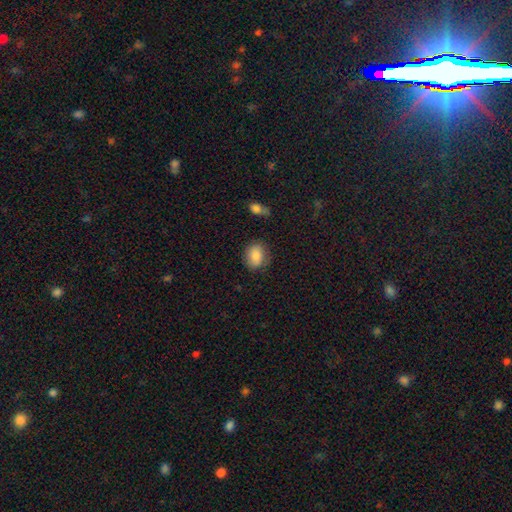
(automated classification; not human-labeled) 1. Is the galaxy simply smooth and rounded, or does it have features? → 85% smooth, 8% star or artifact, 7% featured or disk.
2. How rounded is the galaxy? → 53% in between, 46% round, 1% cigar-shaped.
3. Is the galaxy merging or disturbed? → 78% none, 16% minor disturbance, 4% major disturbance, 2% merger.